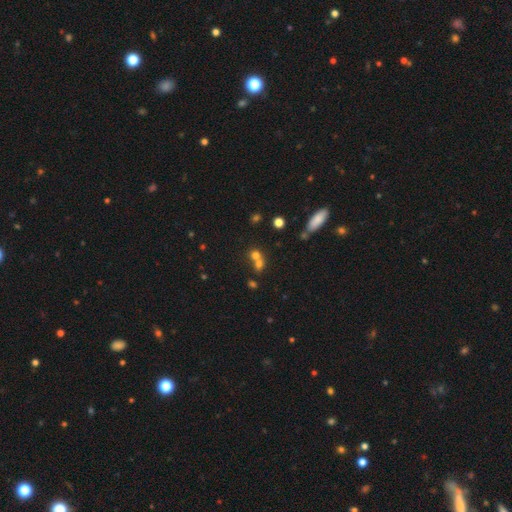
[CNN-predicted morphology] smooth-or-featured: smooth: 65% | star or artifact: 19% | featured or disk: 16%
  how-rounded: round: 72% | in between: 26% | cigar-shaped: 2%
  merging: merger: 55% | none: 34% | minor disturbance: 6% | major disturbance: 4%